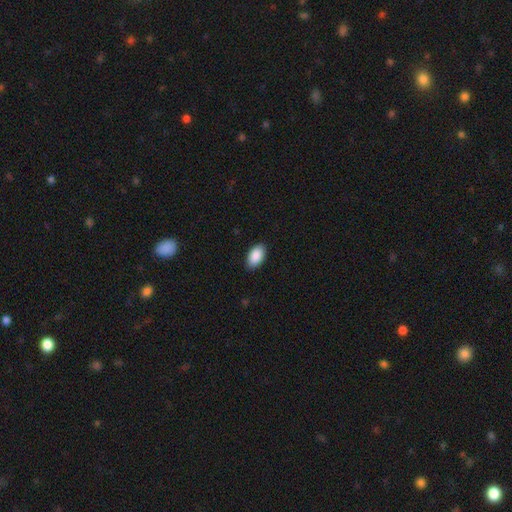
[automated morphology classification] Q: Smooth or featured?
A: smooth (90%); runner-up: star or artifact (6%)
Q: How rounded?
A: in between (95%); runner-up: round (3%)
Q: Merging?
A: none (88%); runner-up: minor disturbance (9%)